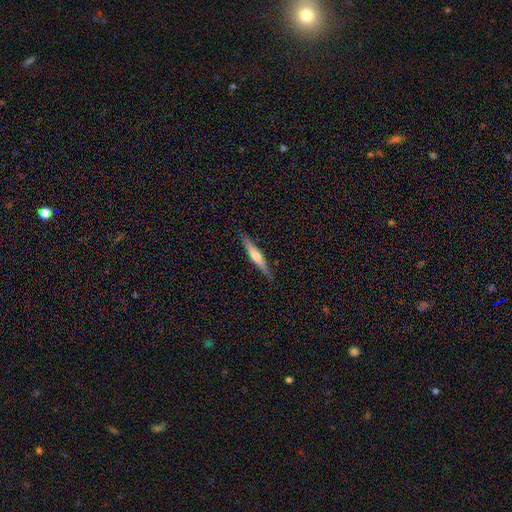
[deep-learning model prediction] Smooth or featured?
  - featured or disk: 55% *
  - smooth: 39%
  - star or artifact: 6%
Edge-on disk?
  - yes: 96% *
  - no: 4%
Edge-on bulge?
  - rounded: 78% *
  - none: 14%
  - boxy: 8%
Merging?
  - none: 89% *
  - minor disturbance: 8%
  - major disturbance: 2%
  - merger: 1%